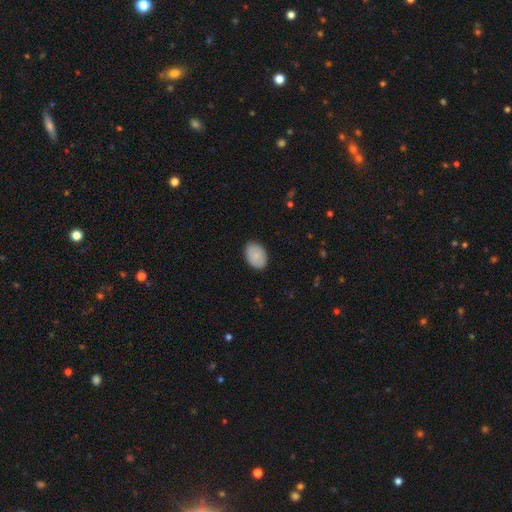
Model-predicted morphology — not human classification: Smooth or featured? Predicted: smooth (p=0.86). How rounded? Predicted: in between (p=0.82). Merging? Predicted: none (p=0.87).